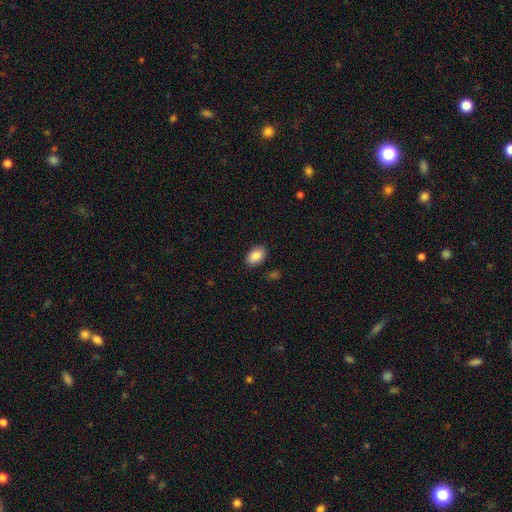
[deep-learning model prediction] The model was most divided on "merging": none: 87%, minor disturbance: 9%, major disturbance: 2%, merger: 1%. More confident: how rounded — in between (89%); smooth or featured — smooth (88%).